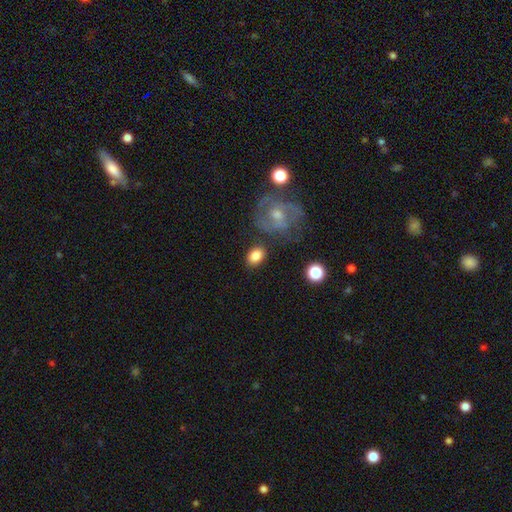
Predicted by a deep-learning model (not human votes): A smooth galaxy with no disk features (83%) that is in between round and cigar-shaped (70%). Merging: none (77%).